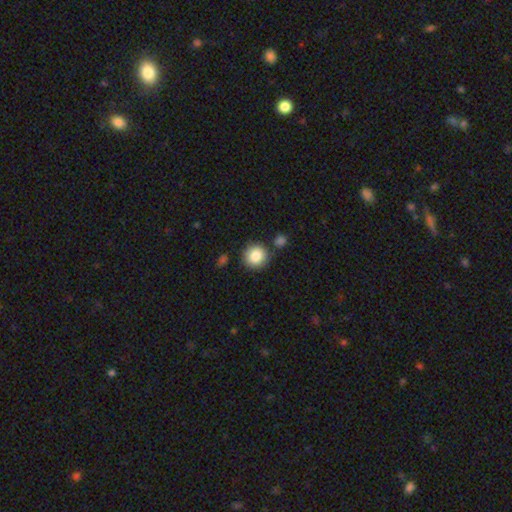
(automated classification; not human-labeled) Overall: smooth (86%). How rounded: round (91%). Merging: none (80%).